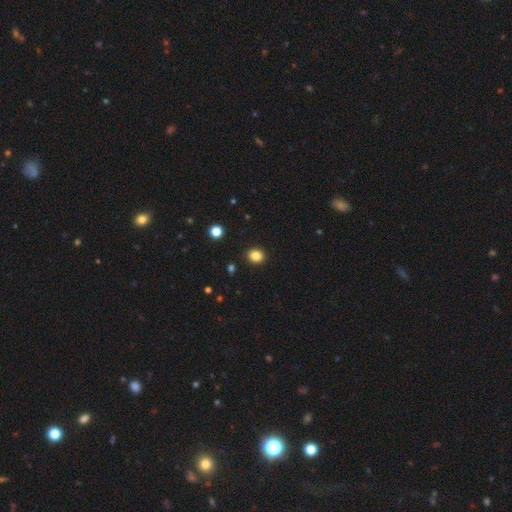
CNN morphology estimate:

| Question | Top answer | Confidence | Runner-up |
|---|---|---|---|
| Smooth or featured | smooth | 85% | star or artifact (11%) |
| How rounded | round | 71% | in between (28%) |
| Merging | none | 91% | minor disturbance (6%) |